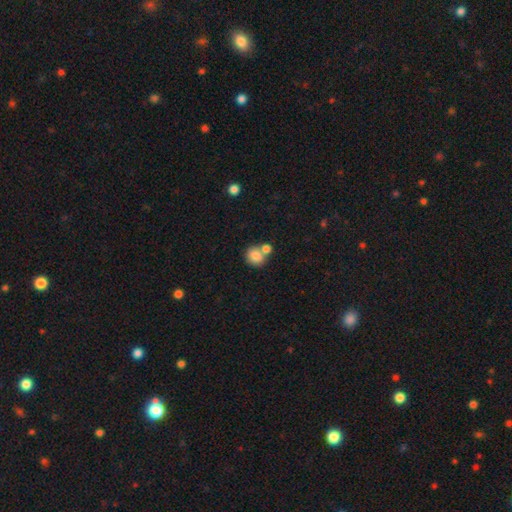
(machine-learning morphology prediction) A smooth galaxy with no disk features (82%) that is round (78%).

Vote fractions:
- Smooth or featured? smooth: 82% / featured or disk: 9% / star or artifact: 9%
- How rounded? round: 78% / in between: 21% / cigar-shaped: 1%
- Merging? none: 47% / merger: 40% / minor disturbance: 10% / major disturbance: 3%